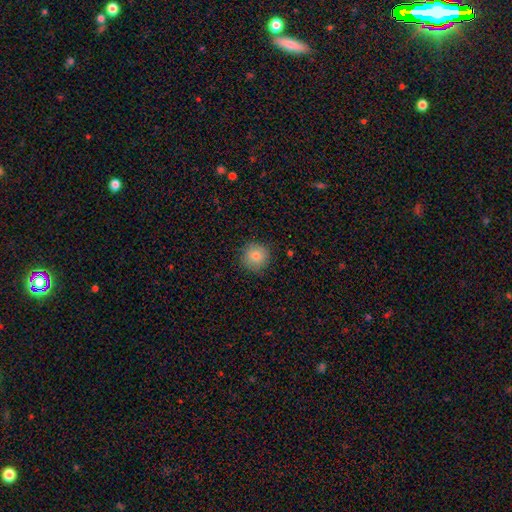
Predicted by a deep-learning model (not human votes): Overall: smooth (81%). How rounded: round (94%). Merging: none (88%).